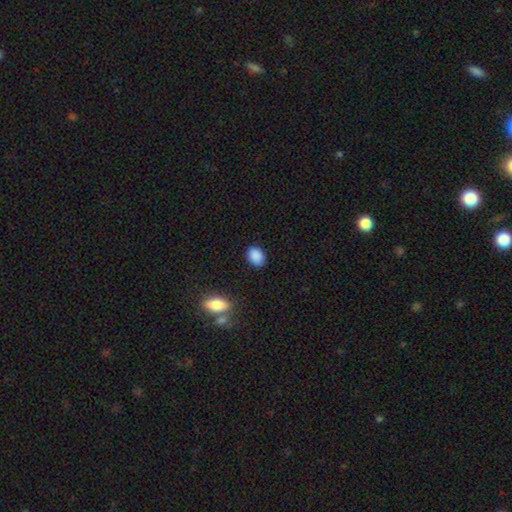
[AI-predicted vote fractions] Q: Smooth or featured?
A: smooth (89%); runner-up: star or artifact (8%)
Q: How rounded?
A: in between (72%); runner-up: round (27%)
Q: Merging?
A: none (86%); runner-up: minor disturbance (10%)